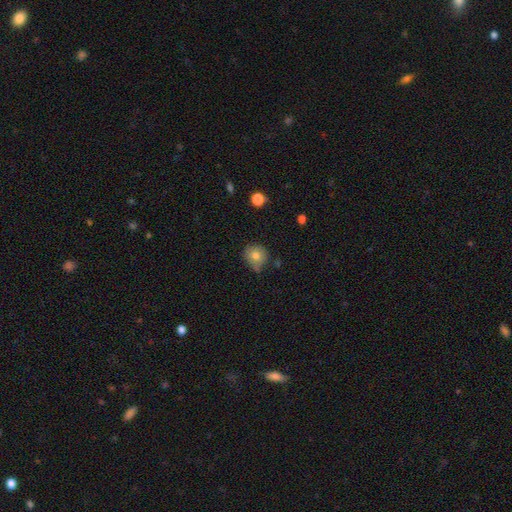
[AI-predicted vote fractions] A smooth galaxy with no disk features (78%) that is round (87%).

Vote fractions:
- Smooth or featured? smooth: 78% / featured or disk: 12% / star or artifact: 11%
- How rounded? round: 87% / in between: 12% / cigar-shaped: 1%
- Merging? none: 67% / minor disturbance: 24% / merger: 5% / major disturbance: 4%